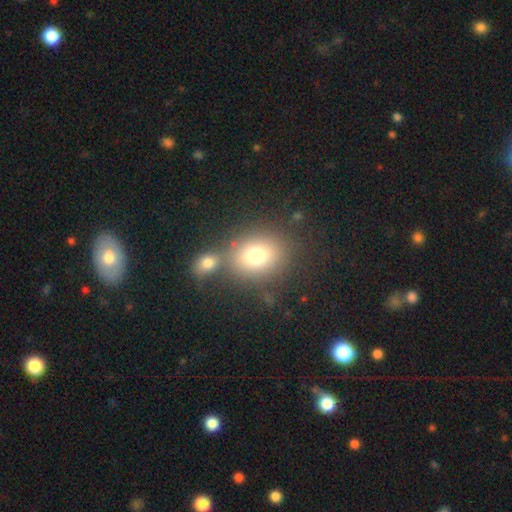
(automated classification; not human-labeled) Overall: smooth (74%). How rounded: round (62%; in between 36%). Merging: none (57%; merger 26%).